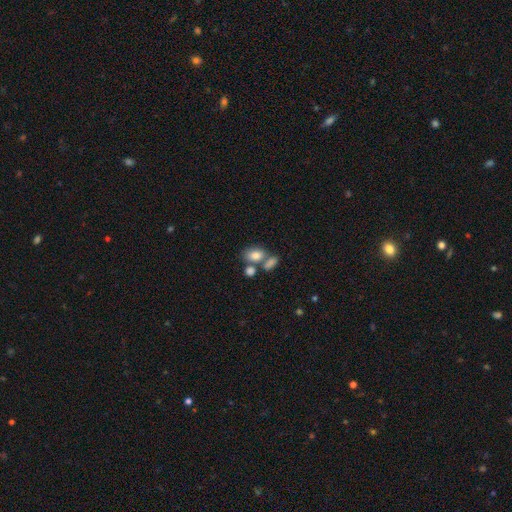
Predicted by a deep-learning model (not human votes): Smooth or featured? smooth (79%)
How rounded? in between (80%)
Merging? none (43%)